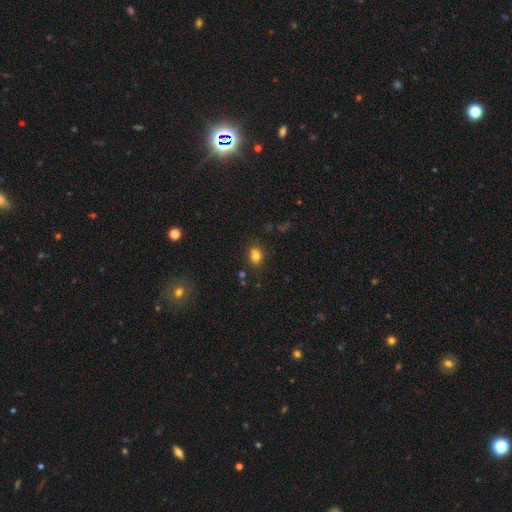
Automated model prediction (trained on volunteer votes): Smooth or featured? smooth (80%)
How rounded? in between (51%)
Merging? none (79%)